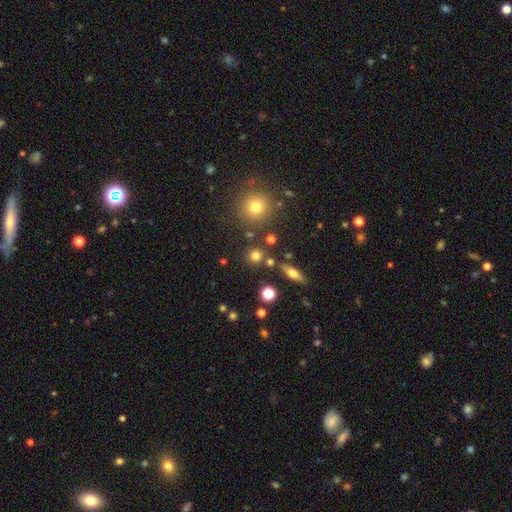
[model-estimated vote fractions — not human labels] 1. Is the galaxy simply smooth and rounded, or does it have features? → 76% smooth, 16% star or artifact, 8% featured or disk.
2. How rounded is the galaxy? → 91% round, 7% in between, 2% cigar-shaped.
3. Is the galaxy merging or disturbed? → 82% none, 7% merger, 7% minor disturbance, 3% major disturbance.